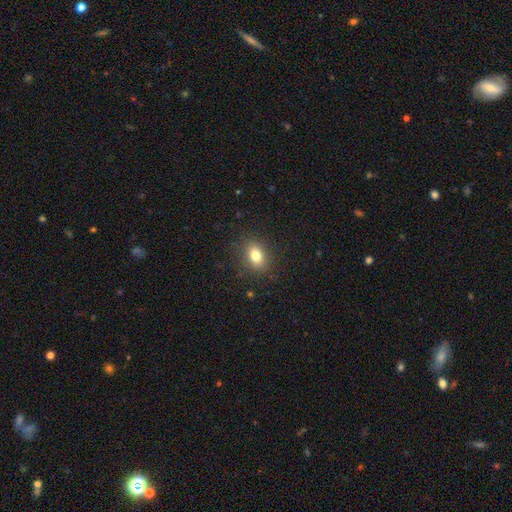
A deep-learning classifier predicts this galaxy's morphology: A smooth galaxy with no disk features (79%) that is in between round and cigar-shaped (71%). Merging: none (86%).